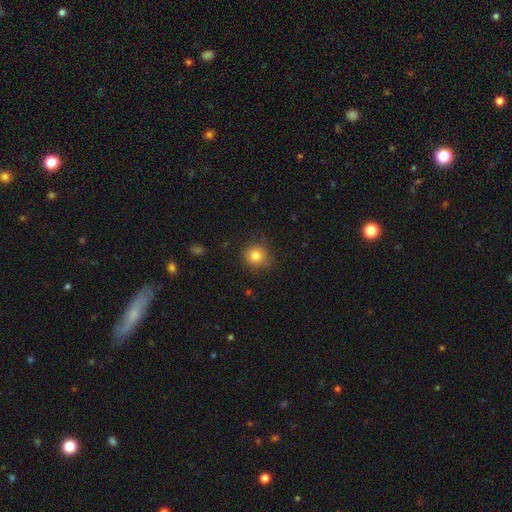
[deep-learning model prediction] Q: Smooth or featured?
A: smooth (82%); runner-up: star or artifact (12%)
Q: How rounded?
A: round (89%); runner-up: in between (10%)
Q: Merging?
A: none (84%); runner-up: minor disturbance (12%)